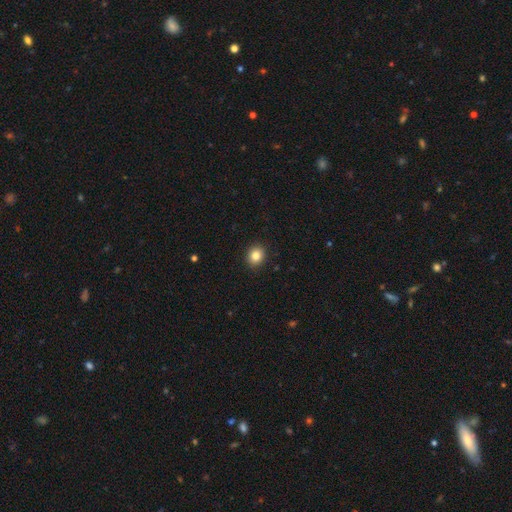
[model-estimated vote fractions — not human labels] smooth-or-featured: smooth: 84% | star or artifact: 10% | featured or disk: 6%
  how-rounded: round: 73% | in between: 26% | cigar-shaped: 1%
  merging: none: 91% | minor disturbance: 6% | major disturbance: 2% | merger: 1%